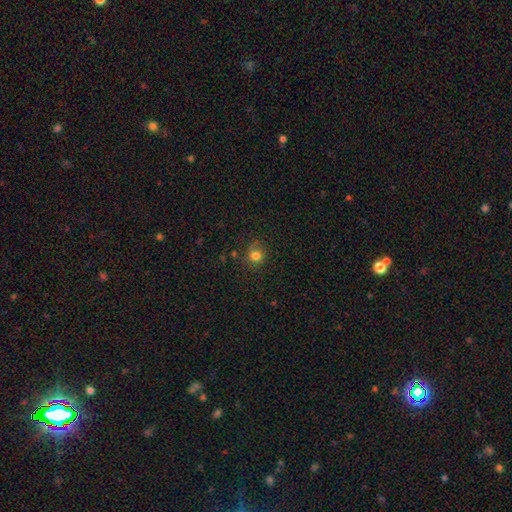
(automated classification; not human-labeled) smooth_or_featured: smooth (p=0.78) [alt: star or artifact p=0.14]
how_rounded: round (p=0.88) [alt: in between p=0.11]
merging: none (p=0.73) [alt: minor disturbance p=0.17]